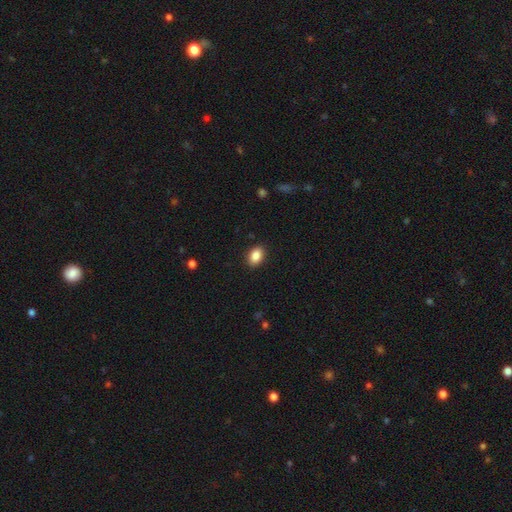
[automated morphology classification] smooth-or-featured: smooth: 88% | star or artifact: 8% | featured or disk: 4%
  how-rounded: in between: 85% | round: 13% | cigar-shaped: 1%
  merging: none: 90% | minor disturbance: 7% | major disturbance: 2% | merger: 1%